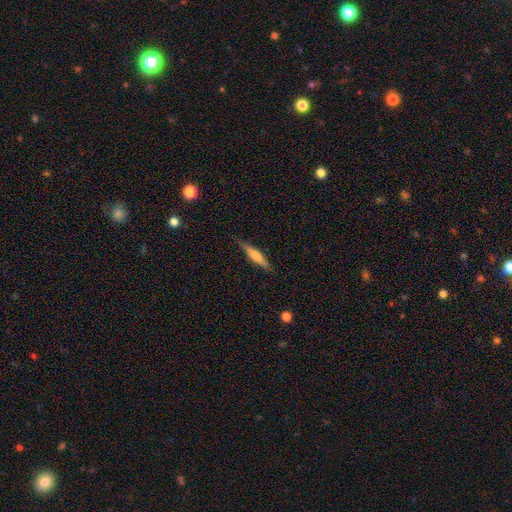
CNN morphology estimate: The model was most divided on "smooth or featured": smooth: 55%, featured or disk: 39%, star or artifact: 6%. More confident: how rounded — cigar-shaped (88%); merging — none (85%).